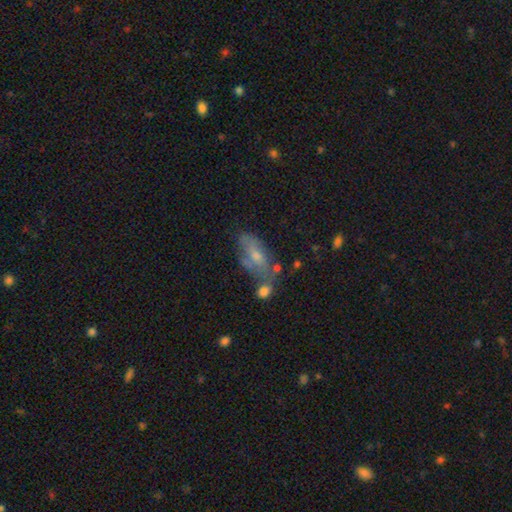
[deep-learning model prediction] The model was most divided on "smooth or featured": smooth: 46%, featured or disk: 43%, star or artifact: 11%. Remaining: merging — none (44%).